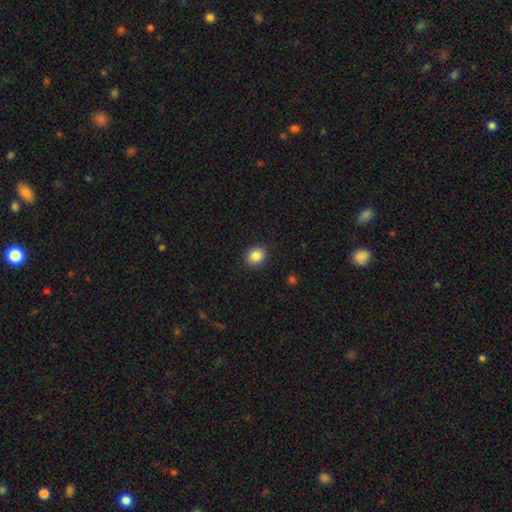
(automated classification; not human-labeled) Smooth or featured: smooth — 86% (star or artifact — 9%)
How rounded: round — 69% (in between — 30%)
Merging: none — 90% (minor disturbance — 7%)